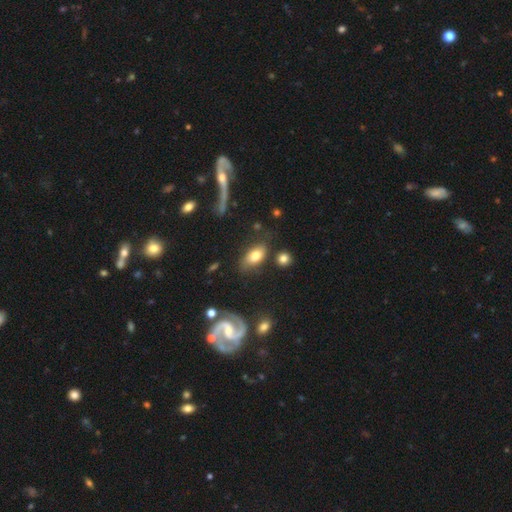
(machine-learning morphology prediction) This is likely a smooth galaxy (73%). How rounded: clearly in between (88%). Merging: likely none (69%).